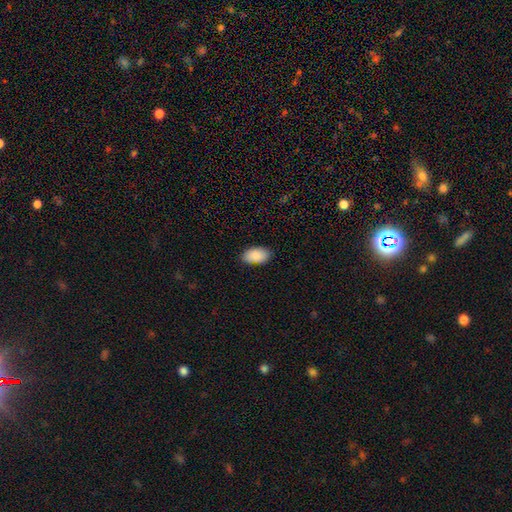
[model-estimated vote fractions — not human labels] Morphology: type=smooth (90%); roundness=in between (94%); merging=none (84%).